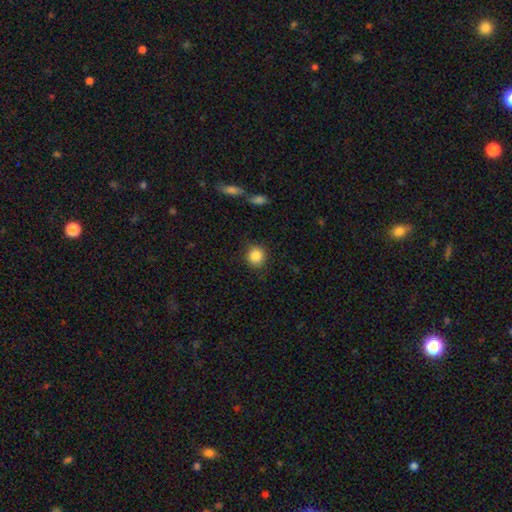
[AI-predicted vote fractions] The model was most divided on "merging": none: 86%, minor disturbance: 10%, major disturbance: 3%, merger: 2%. More confident: how rounded — round (88%); smooth or featured — smooth (86%).